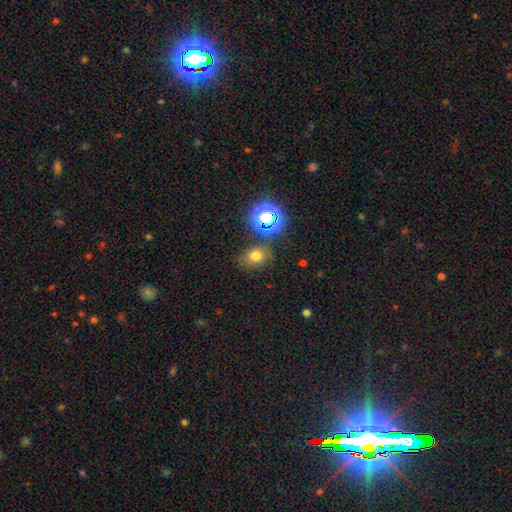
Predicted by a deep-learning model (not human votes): Smooth or featured?
  - smooth: 66% *
  - star or artifact: 24%
  - featured or disk: 10%
How rounded?
  - in between: 50% *
  - round: 49%
  - cigar-shaped: 1%
Merging?
  - none: 78% *
  - minor disturbance: 12%
  - merger: 5%
  - major disturbance: 4%